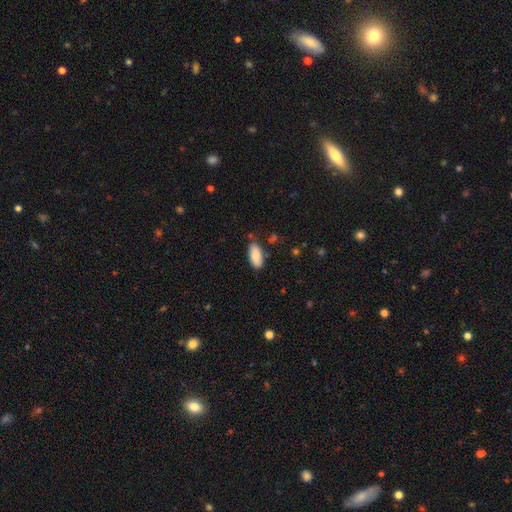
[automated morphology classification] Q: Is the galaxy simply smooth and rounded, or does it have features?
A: smooth — 85%.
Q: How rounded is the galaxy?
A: in between — 91%.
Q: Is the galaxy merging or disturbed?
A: none — 77%.